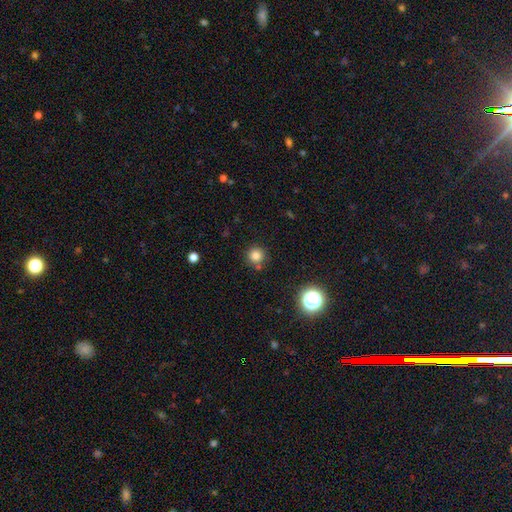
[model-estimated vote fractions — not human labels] Q: Smooth or featured?
A: smooth (81%); runner-up: star or artifact (14%)
Q: How rounded?
A: round (94%); runner-up: in between (5%)
Q: Merging?
A: none (81%); runner-up: merger (8%)